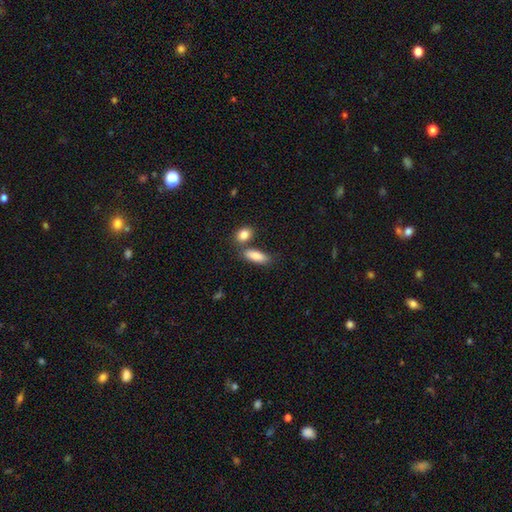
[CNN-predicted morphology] The model was most divided on "merging": none: 63%, merger: 22%, minor disturbance: 12%, major disturbance: 4%. More confident: smooth or featured — smooth (86%); how rounded — in between (72%).